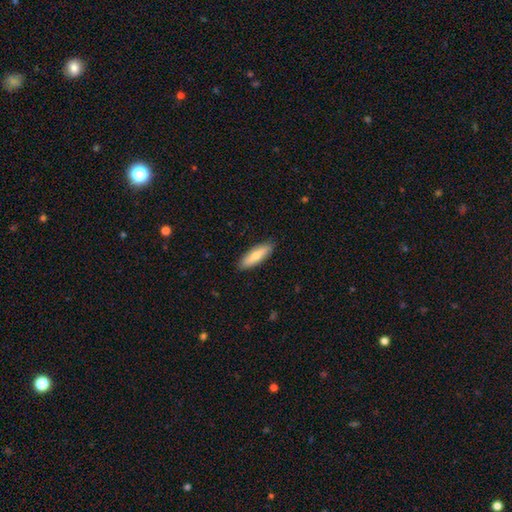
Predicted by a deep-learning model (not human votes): smooth-or-featured: smooth: 71% | featured or disk: 23% | star or artifact: 5%
  how-rounded: cigar-shaped: 53% | in between: 45% | round: 2%
  merging: none: 89% | minor disturbance: 9% | major disturbance: 2% | merger: 1%